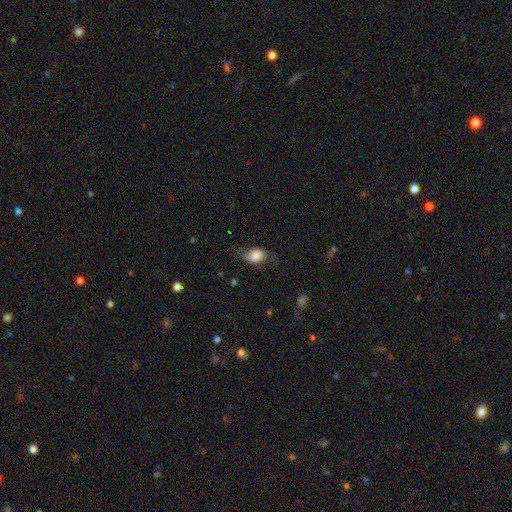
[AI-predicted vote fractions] Q: Smooth or featured?
A: smooth (72%); runner-up: featured or disk (18%)
Q: How rounded?
A: in between (74%); runner-up: round (24%)
Q: Merging?
A: none (49%); runner-up: minor disturbance (31%)